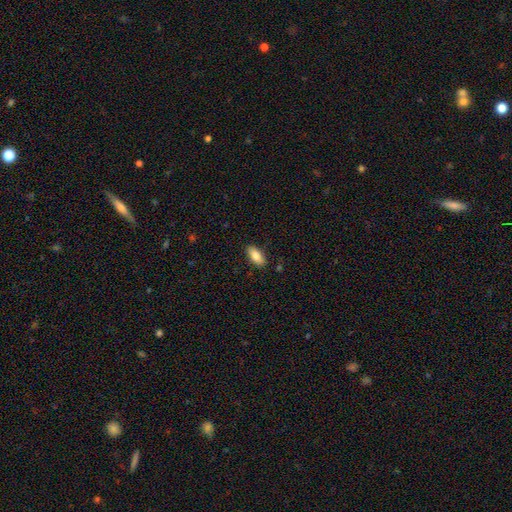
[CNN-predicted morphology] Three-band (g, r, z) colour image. It shows a smooth galaxy with no disk features (83%) that is in between round and cigar-shaped (88%). Merging: none (87%).